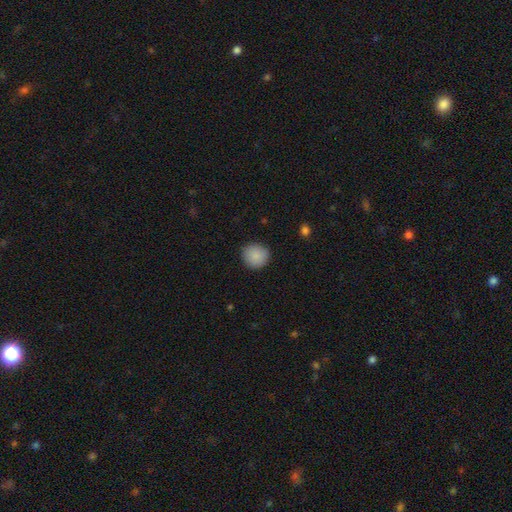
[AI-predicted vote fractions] A smooth galaxy with no disk features (88%) that is round (91%). Merging: none (90%).